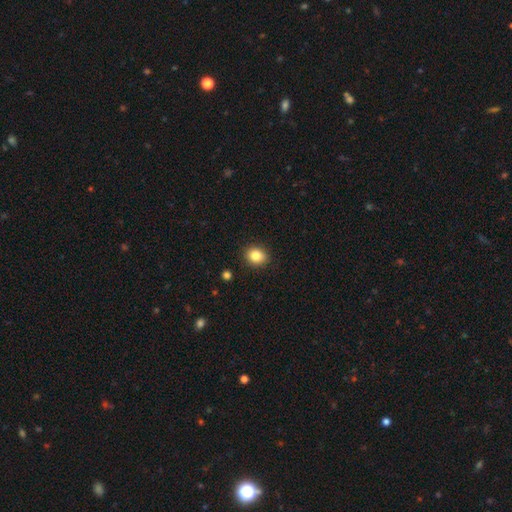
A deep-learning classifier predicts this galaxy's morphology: A smooth galaxy with no disk features (84%) that is round (68%). Merging: none (90%).